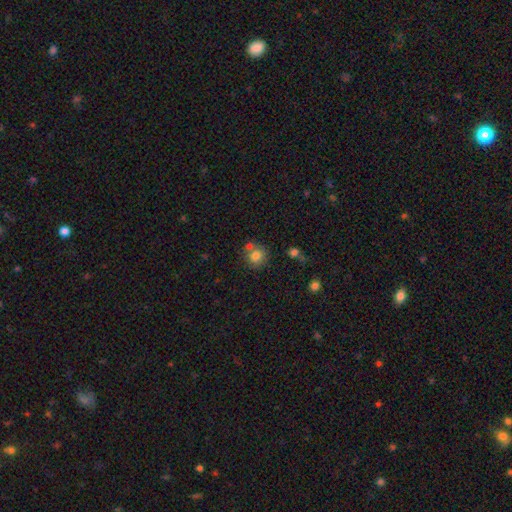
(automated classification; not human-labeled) A smooth galaxy with no disk features (79%) that is round (89%). Merging: none (66%).